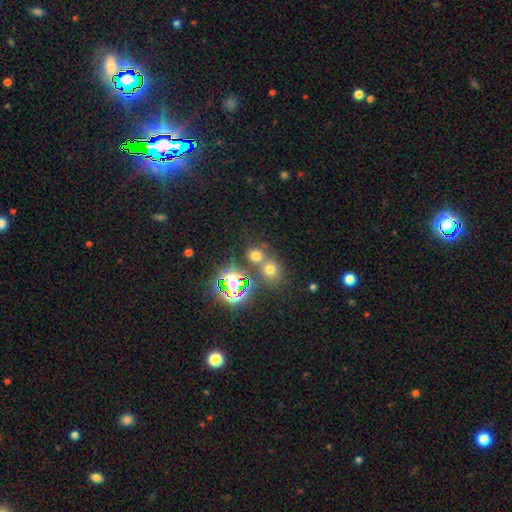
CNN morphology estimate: smooth 56%, star or artifact 35%, featured or disk 8%. Down the decision tree: how rounded — round (74%); merging — none (57%).